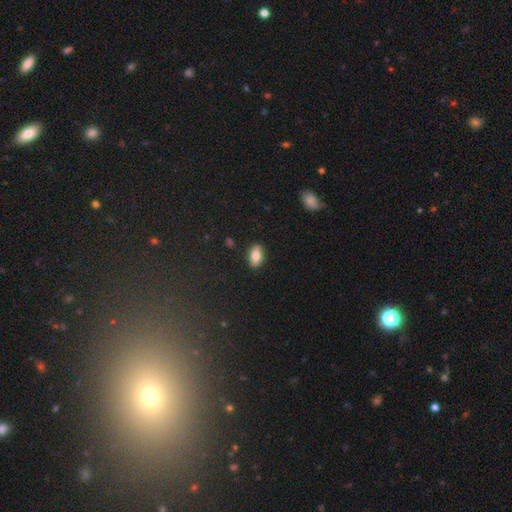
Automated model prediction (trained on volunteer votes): This appears to be a smooth galaxy with no disk features (81%) that is in between round and cigar-shaped (91%). Merging: none (88%).